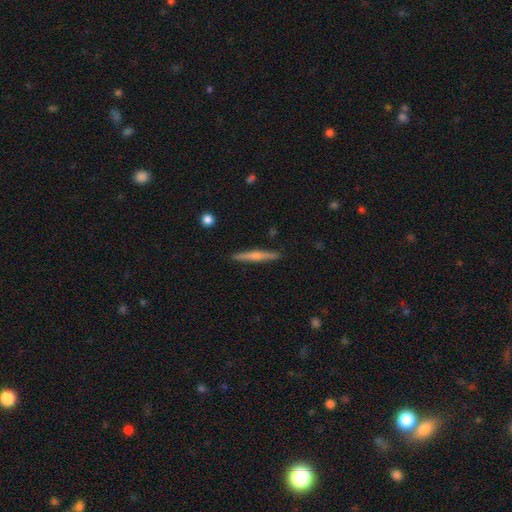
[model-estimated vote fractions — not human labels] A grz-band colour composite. It shows a featured or disk galaxy (54%) viewed edge-on (97%) with a rounded central bulge (74%). Merging: none (91%).